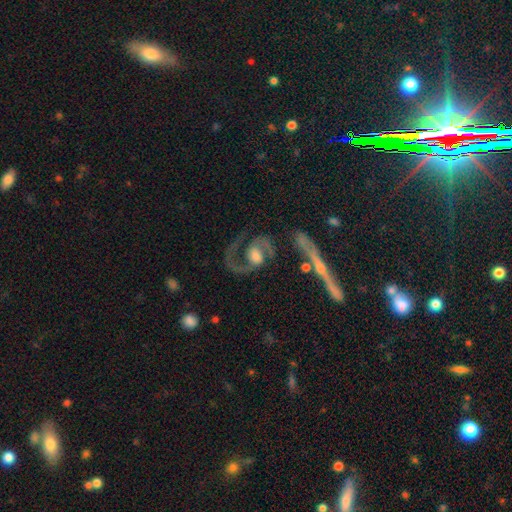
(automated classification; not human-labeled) Morphology: type=featured or disk (87%); edge-on=no (96%); bar=no (54%); spiral arms=yes (94%); winding=medium (55%); arm count=2 (87%); bulge=moderate (54%); merging=none (60%).